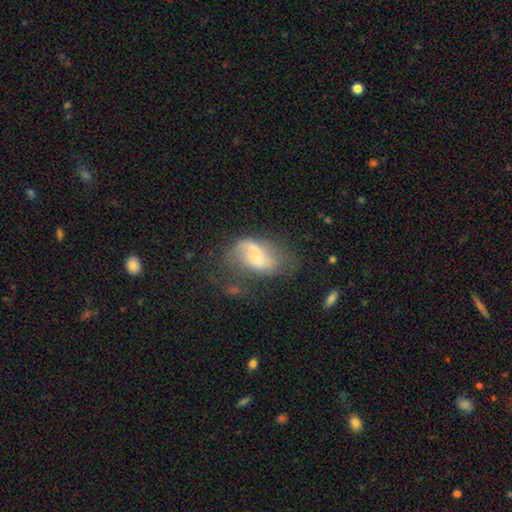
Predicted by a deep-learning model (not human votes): A featured or disk galaxy (53%) with no bar (43%), spiral arms (72%) and a small central bulge (45%). Merging: none (38%).